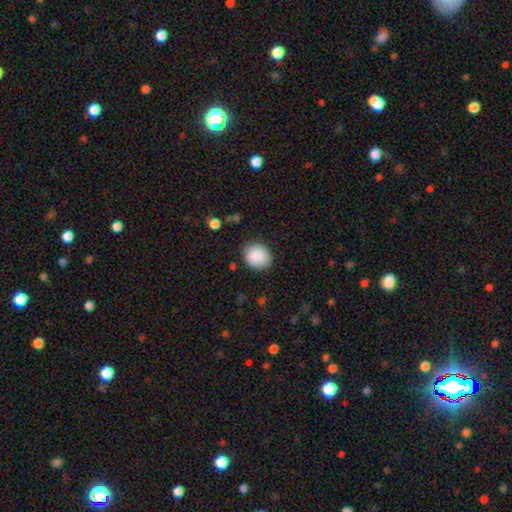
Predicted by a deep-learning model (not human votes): Overall: smooth (86%). How rounded: round (81%). Merging: none (82%).